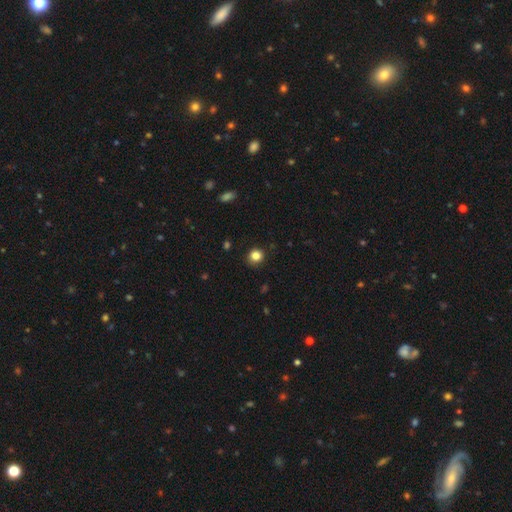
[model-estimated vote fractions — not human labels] smooth_or_featured: smooth (p=0.84) [alt: star or artifact p=0.11]
how_rounded: round (p=0.89) [alt: in between p=0.10]
merging: none (p=0.90) [alt: minor disturbance p=0.07]